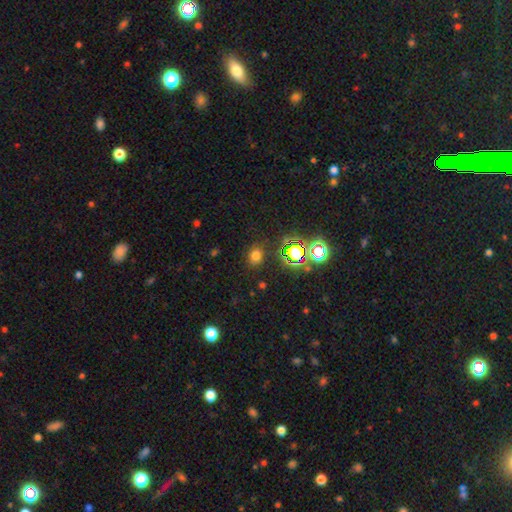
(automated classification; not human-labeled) Smooth or featured: smooth — 67% (star or artifact — 26%)
How rounded: round — 51% (in between — 48%)
Merging: none — 83% (minor disturbance — 11%)